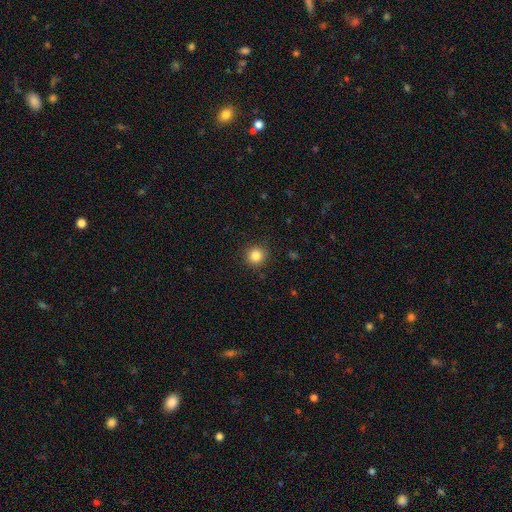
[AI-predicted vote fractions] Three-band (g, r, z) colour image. It shows a smooth galaxy with no disk features (84%) that is round (93%). Merging: none (90%).